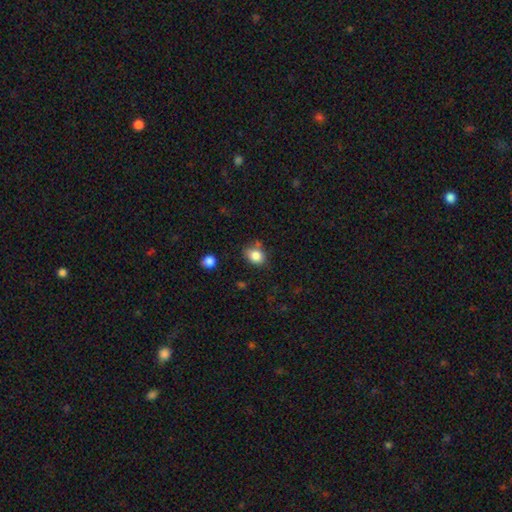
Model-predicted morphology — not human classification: A smooth galaxy with no disk features (84%) that is in between round and cigar-shaped (52%). Merging: none (65%).